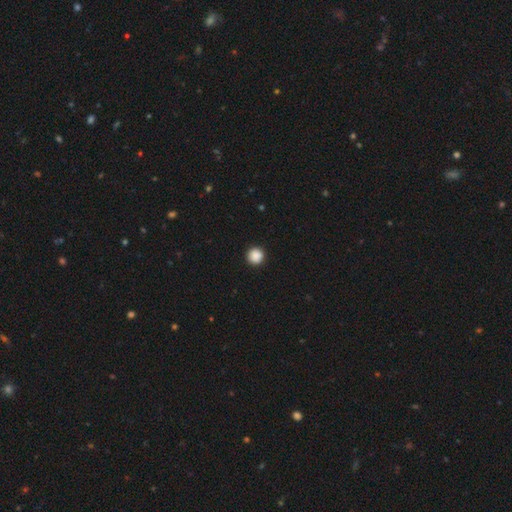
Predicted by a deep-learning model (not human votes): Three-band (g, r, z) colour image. It shows a smooth galaxy with no disk features (88%) that is round (95%). Merging: none (92%).